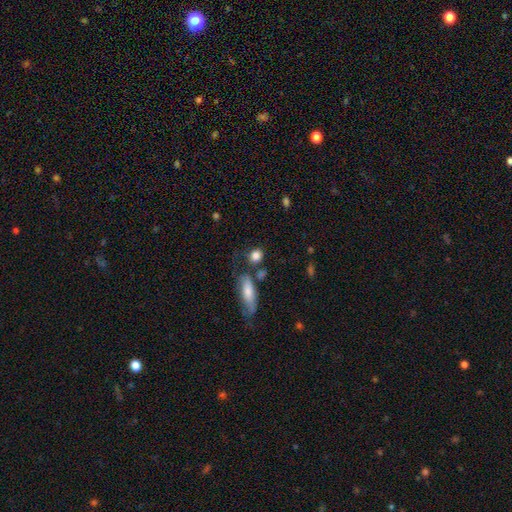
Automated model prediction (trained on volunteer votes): smooth-or-featured: smooth: 84% | featured or disk: 8% | star or artifact: 8%
  how-rounded: round: 69% | in between: 26% | cigar-shaped: 5%
  merging: none: 64% | minor disturbance: 15% | merger: 14% | major disturbance: 7%